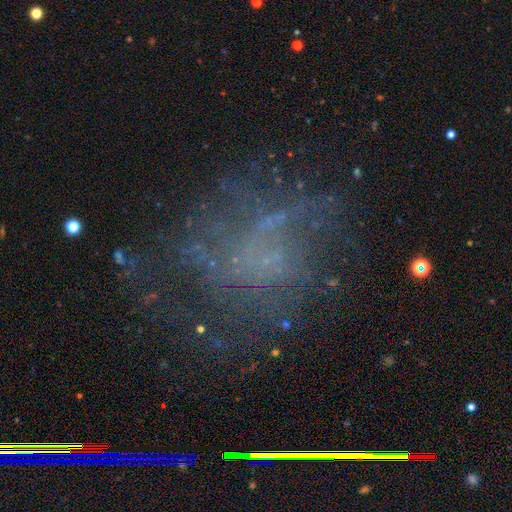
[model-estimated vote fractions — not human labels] featured or disk 51%, star or artifact 28%, smooth 21%. Down the decision tree: edge-on disk — no (97%); merging — none (52%).